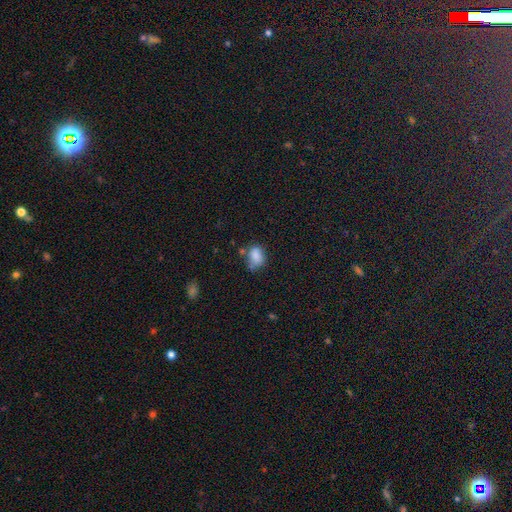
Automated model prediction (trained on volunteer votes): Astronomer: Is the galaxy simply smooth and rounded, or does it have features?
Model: smooth — 82%.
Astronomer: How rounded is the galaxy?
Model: in between — 76%.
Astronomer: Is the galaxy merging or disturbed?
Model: none — 49% (runner-up: minor disturbance, 29%).